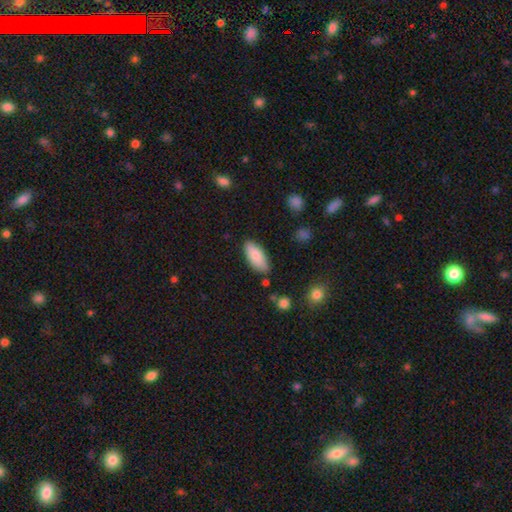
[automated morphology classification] Q: Smooth or featured?
A: smooth (83%); runner-up: featured or disk (11%)
Q: How rounded?
A: in between (87%); runner-up: cigar-shaped (11%)
Q: Merging?
A: none (80%); runner-up: minor disturbance (15%)